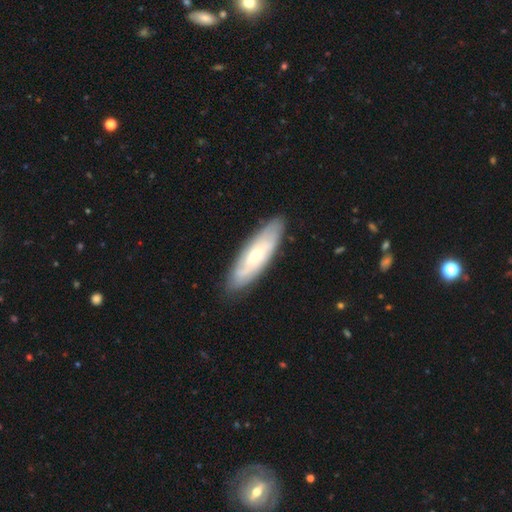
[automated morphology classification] Smooth or featured? Predicted: featured or disk (p=0.59). Edge-on disk? Predicted: no (p=0.73). Merging? Predicted: none (p=0.85).